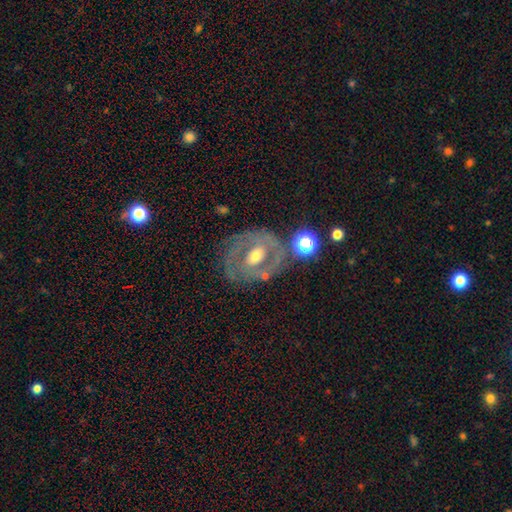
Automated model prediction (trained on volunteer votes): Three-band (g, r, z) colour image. It shows a featured or disk galaxy (69%) with no bar (50%), no spiral arms (54%) and a moderate central bulge (68%). Merging: none (68%).